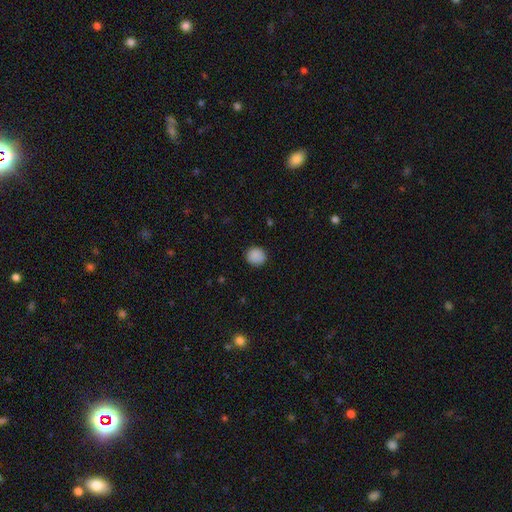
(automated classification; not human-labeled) The model was most divided on "merging": none: 88%, minor disturbance: 9%, major disturbance: 2%, merger: 1%. More confident: how rounded — round (89%); smooth or featured — smooth (88%).